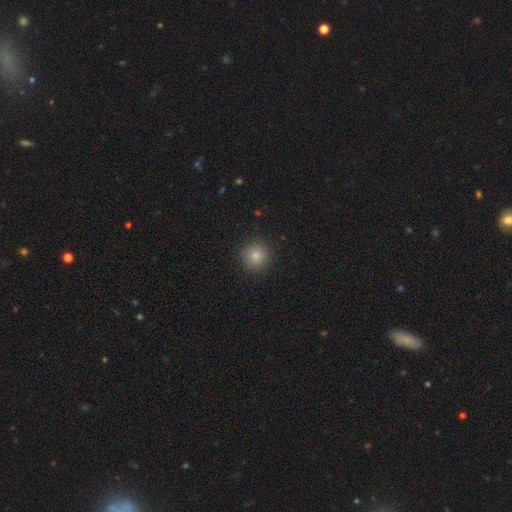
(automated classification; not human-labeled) Smooth or featured: smooth — 82% (star or artifact — 11%)
How rounded: round — 94% (in between — 5%)
Merging: none — 89% (minor disturbance — 8%)